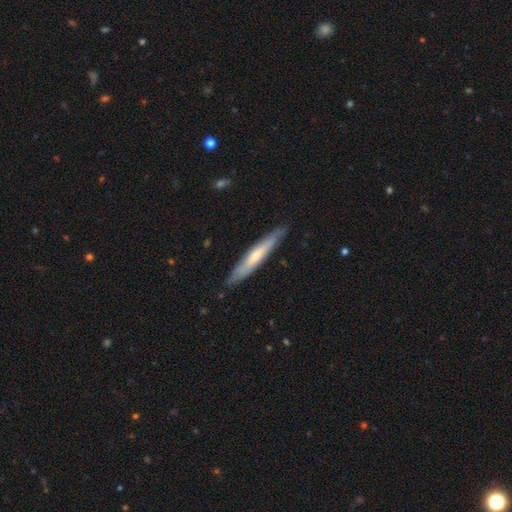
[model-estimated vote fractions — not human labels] A smooth galaxy with no disk features (51%) that is cigar-shaped (92%).

Vote fractions:
- Smooth or featured? smooth: 51% / featured or disk: 44% / star or artifact: 5%
- How rounded? cigar-shaped: 92% / in between: 7% / round: 1%
- Merging? none: 86% / minor disturbance: 11% / major disturbance: 2% / merger: 1%